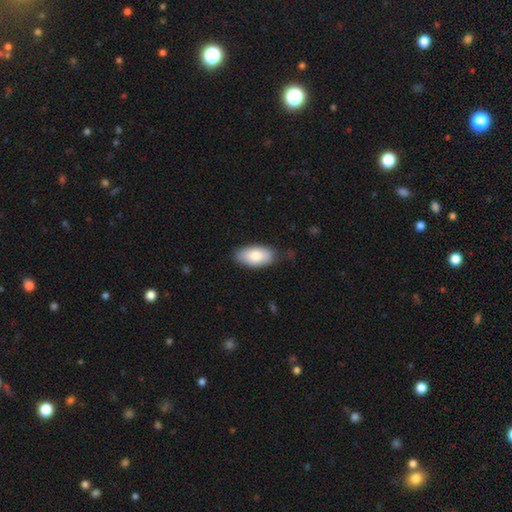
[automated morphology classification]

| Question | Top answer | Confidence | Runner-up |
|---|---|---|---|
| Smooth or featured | smooth | 81% | featured or disk (13%) |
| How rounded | in between | 94% | cigar-shaped (3%) |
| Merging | none | 78% | minor disturbance (17%) |